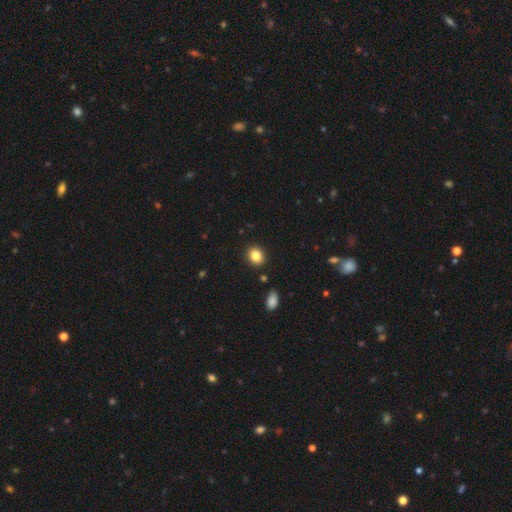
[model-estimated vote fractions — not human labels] Smooth or featured?
  - smooth: 84% *
  - star or artifact: 10%
  - featured or disk: 6%
How rounded?
  - round: 56% *
  - in between: 43%
  - cigar-shaped: 1%
Merging?
  - none: 88% *
  - minor disturbance: 7%
  - merger: 2%
  - major disturbance: 2%